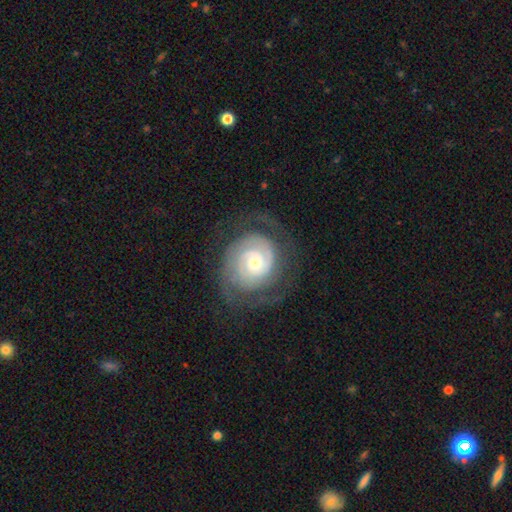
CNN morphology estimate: A featured or disk galaxy (86%) with no bar (72%), 2 (48%) tight (74%) spiral arms (97%) and a small central bulge (63%).

Vote fractions:
- Smooth or featured? featured or disk: 86% / smooth: 9% / star or artifact: 5%
- Edge-on disk? no: 98% / yes: 2%
- Bar? no: 72% / weak: 23% / strong: 5%
- Spiral arms? yes: 97% / no: 3%
- Spiral winding? tight: 74% / medium: 21% / loose: 5%
- Spiral arm count? 2: 48% / can't tell: 22% / 3: 15% / 1: 5% / 4: 5% / more than 4: 4%
- Bulge size? small: 63% / moderate: 31% / large: 3% / none: 1% / dominant: 1%
- Merging? none: 72% / minor disturbance: 15% / major disturbance: 11% / merger: 1%